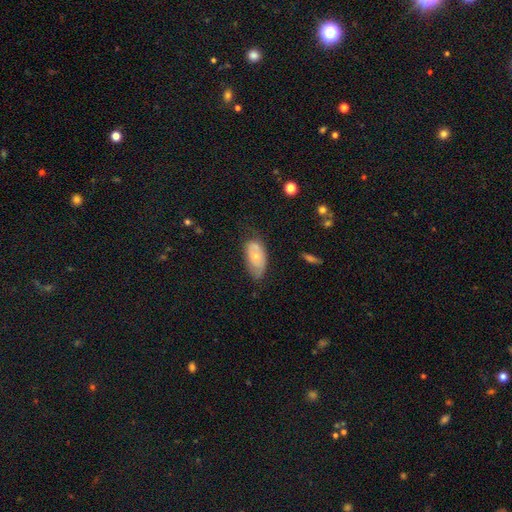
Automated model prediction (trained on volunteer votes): Smooth or featured? smooth (50%)
Merging? none (49%)